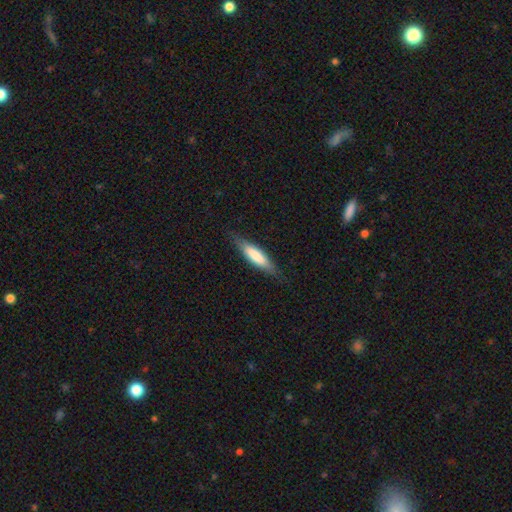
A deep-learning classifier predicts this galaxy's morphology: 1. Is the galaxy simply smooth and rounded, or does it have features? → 70% smooth, 25% featured or disk, 6% star or artifact.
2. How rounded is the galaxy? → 67% cigar-shaped, 31% in between, 1% round.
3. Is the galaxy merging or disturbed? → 81% none, 14% minor disturbance, 3% major disturbance, 1% merger.